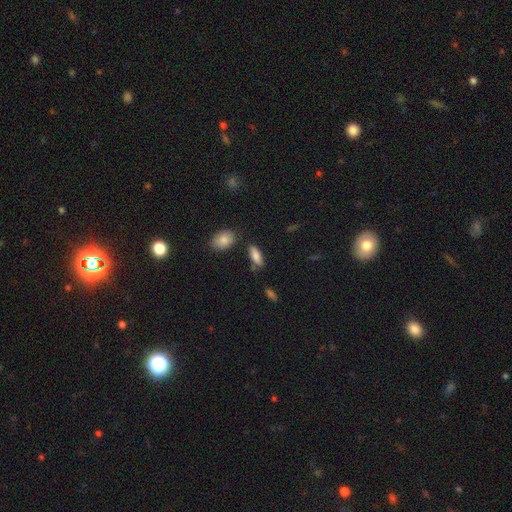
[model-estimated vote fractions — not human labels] smooth 79%, featured or disk 14%, star or artifact 8%. Down the decision tree: how rounded — in between (70%); merging — none (75%).